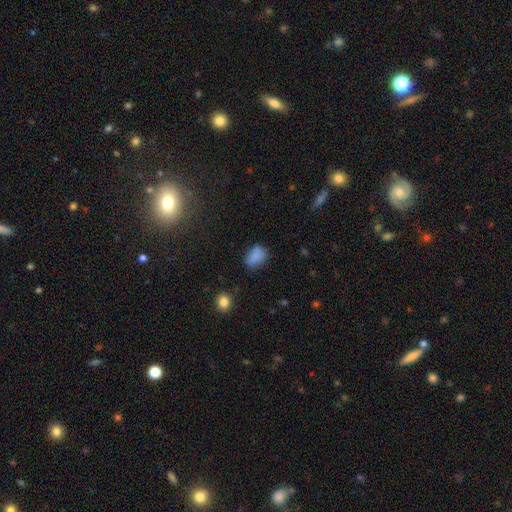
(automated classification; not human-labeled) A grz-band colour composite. It shows a smooth galaxy with no disk features (82%) that is in between round and cigar-shaped (83%). Merging: none (64%).